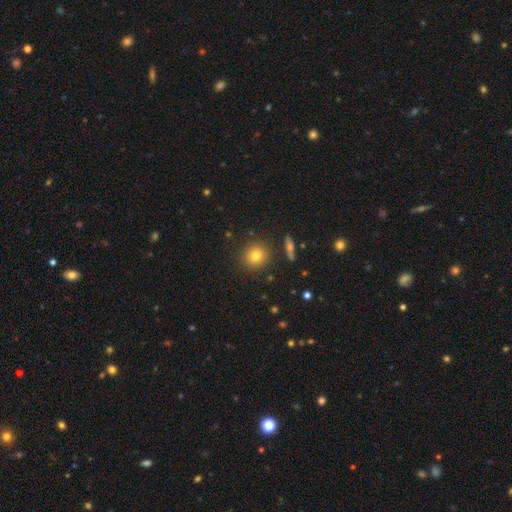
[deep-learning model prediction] Smooth or featured: smooth — 77% (star or artifact — 12%)
How rounded: round — 90% (in between — 9%)
Merging: none — 88% (minor disturbance — 7%)